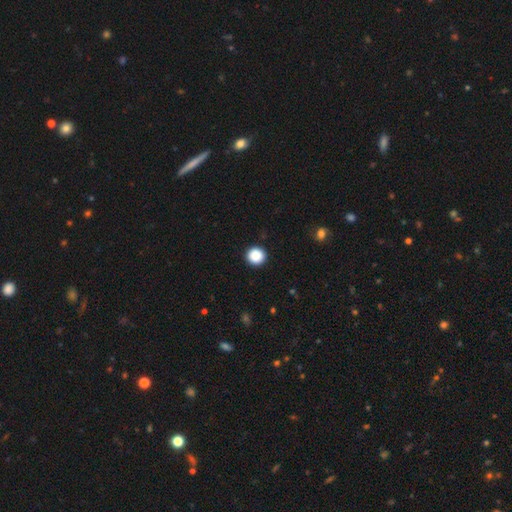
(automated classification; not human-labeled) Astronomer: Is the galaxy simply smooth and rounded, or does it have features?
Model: smooth — 88%.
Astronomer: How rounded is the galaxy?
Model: round — 95%.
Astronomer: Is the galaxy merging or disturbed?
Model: none — 92%.